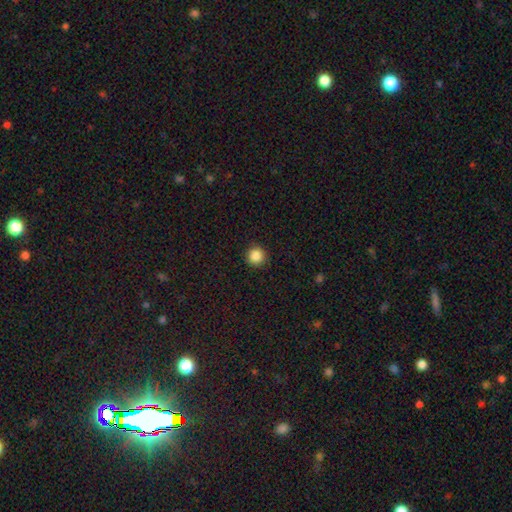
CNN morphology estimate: This is clearly a smooth galaxy (87%). How rounded: clearly round (95%). Merging: clearly none (91%).